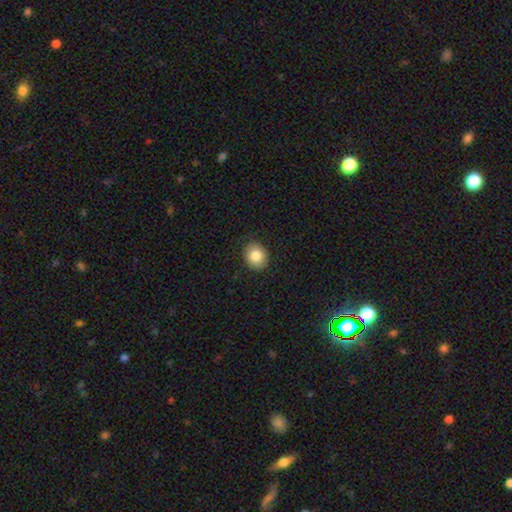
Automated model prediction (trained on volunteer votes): Smooth or featured?
  - smooth: 85% *
  - star or artifact: 9%
  - featured or disk: 7%
How rounded?
  - round: 65% *
  - in between: 34%
  - cigar-shaped: 1%
Merging?
  - none: 87% *
  - minor disturbance: 10%
  - major disturbance: 2%
  - merger: 1%